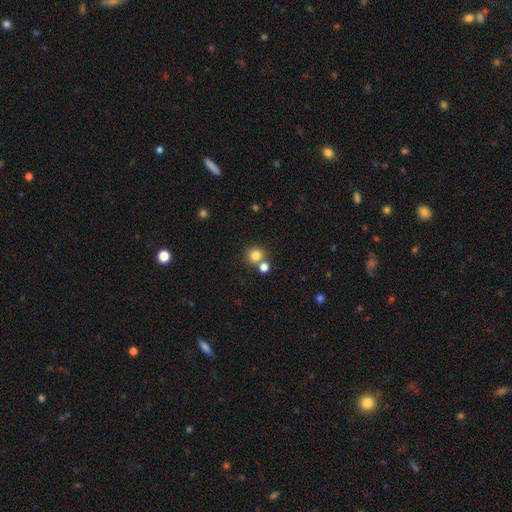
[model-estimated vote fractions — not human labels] Overall: smooth (80%). How rounded: round (92%). Merging: none (66%).